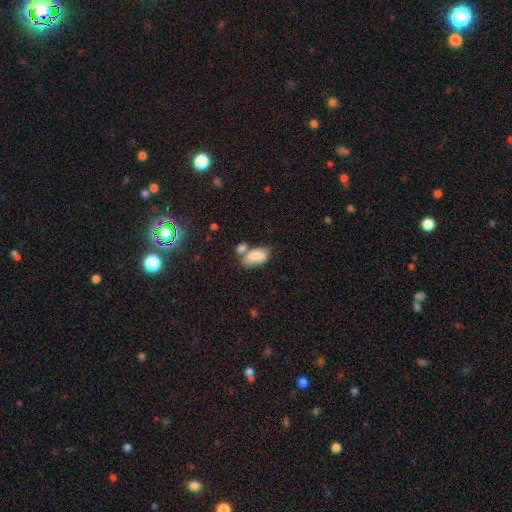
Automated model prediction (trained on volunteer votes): A smooth galaxy with no disk features (83%) that is in between round and cigar-shaped (93%).

Vote fractions:
- Smooth or featured? smooth: 83% / featured or disk: 9% / star or artifact: 8%
- How rounded? in between: 93% / round: 5% / cigar-shaped: 2%
- Merging? none: 39% / merger: 37% / minor disturbance: 17% / major disturbance: 7%